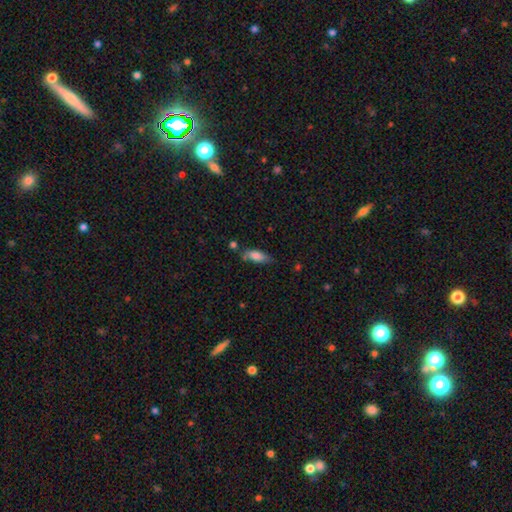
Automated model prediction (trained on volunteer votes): Morphology: type=smooth (79%); roundness=in between (73%); merging=none (59%).